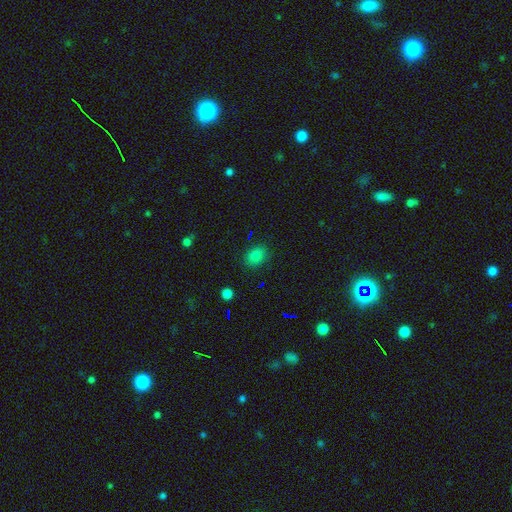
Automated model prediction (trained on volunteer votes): A smooth galaxy with no disk features (80%) that is in between round and cigar-shaped (56%).

Vote fractions:
- Smooth or featured? smooth: 80% / star or artifact: 15% / featured or disk: 4%
- How rounded? in between: 56% / round: 43% / cigar-shaped: 1%
- Merging? none: 84% / minor disturbance: 11% / major disturbance: 3% / merger: 1%